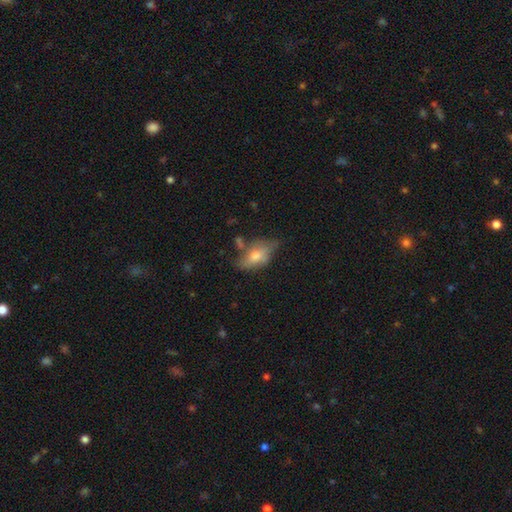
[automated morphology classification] Smooth or featured?
  - smooth: 58% *
  - featured or disk: 33%
  - star or artifact: 9%
How rounded?
  - in between: 83% *
  - cigar-shaped: 11%
  - round: 5%
Merging?
  - none: 55% *
  - minor disturbance: 28%
  - major disturbance: 9%
  - merger: 8%